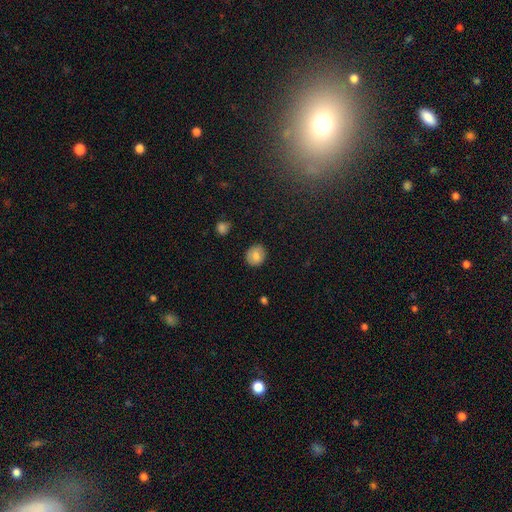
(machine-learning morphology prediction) Q: Smooth or featured?
A: smooth (78%); runner-up: featured or disk (13%)
Q: How rounded?
A: round (77%); runner-up: in between (22%)
Q: Merging?
A: none (87%); runner-up: minor disturbance (10%)